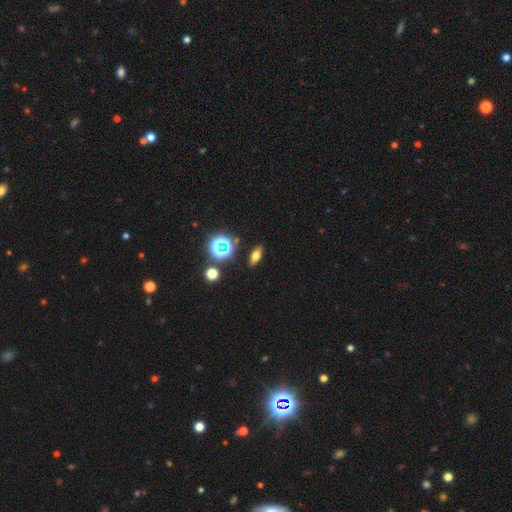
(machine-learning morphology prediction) type=smooth (62%); roundness=in between (73%); merging=none (88%).